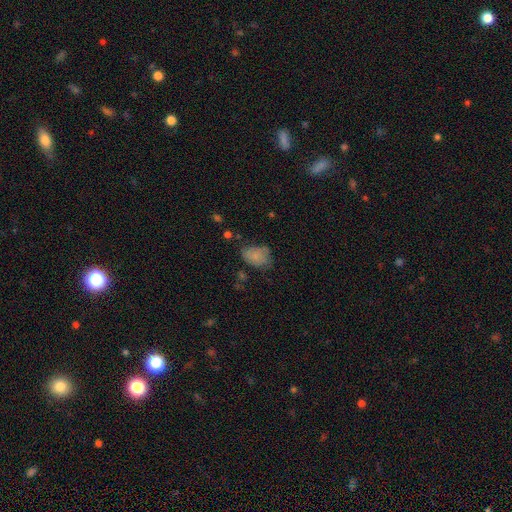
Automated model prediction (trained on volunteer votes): This is likely a smooth galaxy (76%). How rounded: likely in between (79%). Merging: possibly none (51%).